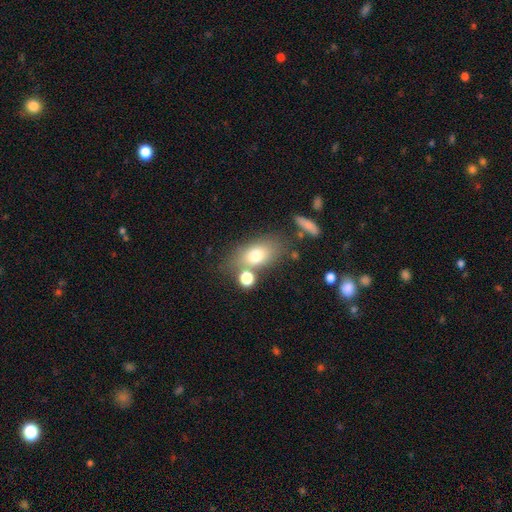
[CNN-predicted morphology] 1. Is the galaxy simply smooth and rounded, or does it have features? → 73% smooth, 17% featured or disk, 10% star or artifact.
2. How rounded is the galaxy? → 80% in between, 16% round, 4% cigar-shaped.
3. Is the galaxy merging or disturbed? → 61% none, 16% merger, 16% minor disturbance, 7% major disturbance.